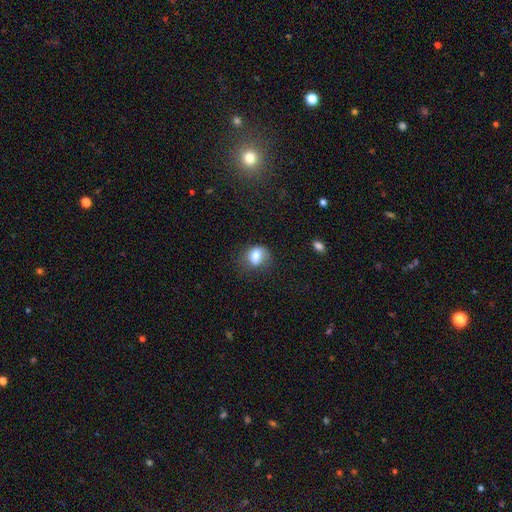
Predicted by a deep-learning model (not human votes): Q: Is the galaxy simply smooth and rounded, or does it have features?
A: smooth — 78%.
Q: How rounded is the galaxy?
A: in between — 59%.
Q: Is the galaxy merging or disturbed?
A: none — 50%.